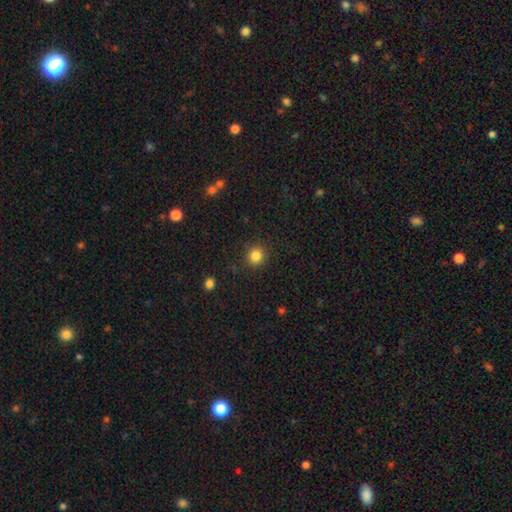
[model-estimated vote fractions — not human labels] smooth-or-featured: smooth: 84% | star or artifact: 12% | featured or disk: 5%
  how-rounded: round: 92% | in between: 7% | cigar-shaped: 1%
  merging: none: 90% | minor disturbance: 7% | major disturbance: 2% | merger: 1%